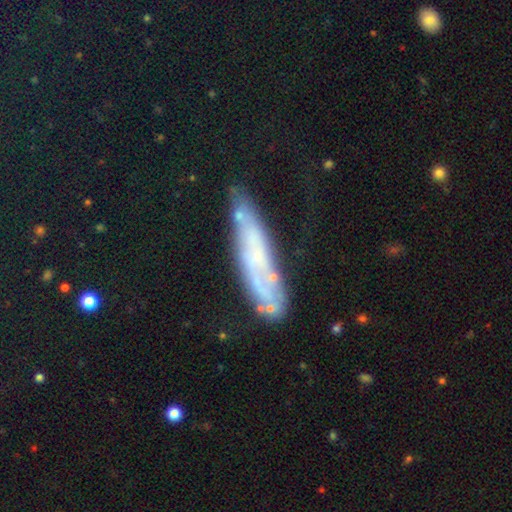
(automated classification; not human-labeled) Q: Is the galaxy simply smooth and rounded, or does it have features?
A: featured or disk — 56%.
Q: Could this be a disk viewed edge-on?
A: no — 57%.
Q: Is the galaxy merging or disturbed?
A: none — 62%.